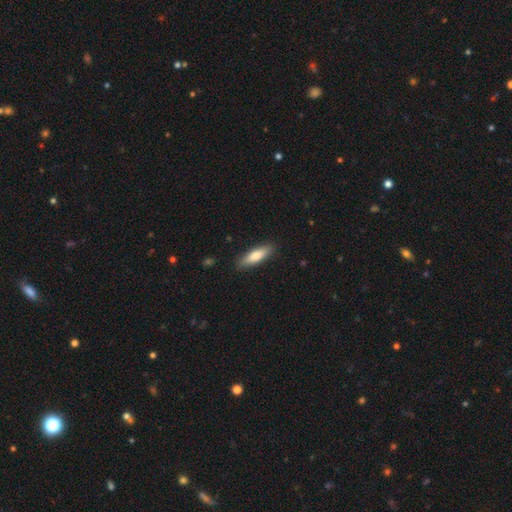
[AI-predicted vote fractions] This is likely a smooth galaxy (75%). How rounded: likely cigar-shaped (60%). Merging: clearly none (88%).